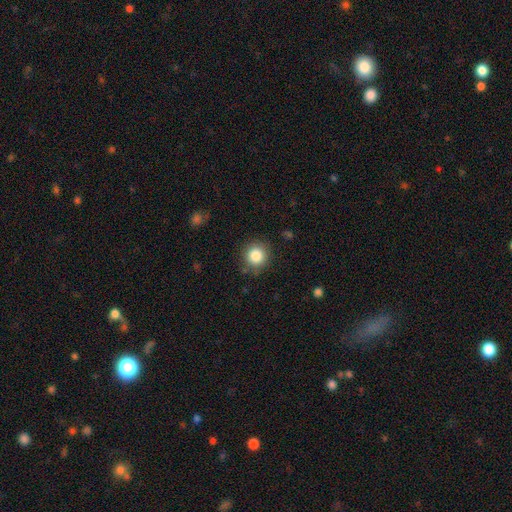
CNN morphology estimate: type=smooth (85%); roundness=round (92%); merging=none (86%).